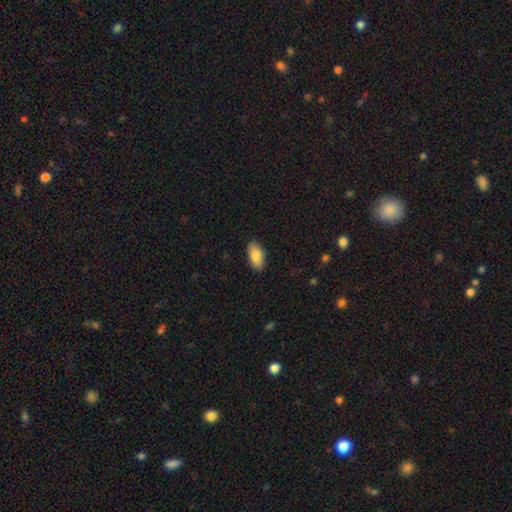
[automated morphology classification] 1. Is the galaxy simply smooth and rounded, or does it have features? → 85% smooth, 8% featured or disk, 6% star or artifact.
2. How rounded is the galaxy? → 93% in between, 5% cigar-shaped, 3% round.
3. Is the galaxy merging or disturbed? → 88% none, 9% minor disturbance, 2% major disturbance, 1% merger.